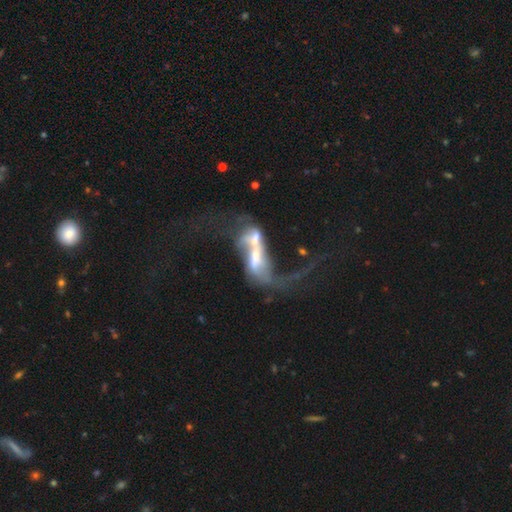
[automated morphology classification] smooth-or-featured: featured or disk: 74% | smooth: 17% | star or artifact: 10%
  disk-edge-on: no: 88% | yes: 12%
    bar: no: 38% | strong: 31% | weak: 31%
    has-spiral-arms: yes: 63% | no: 37%
    bulge-size: moderate: 37% | small: 33% | none: 17% | large: 9% | dominant: 3%
  merging: merger: 58% | major disturbance: 24% | none: 12% | minor disturbance: 6%